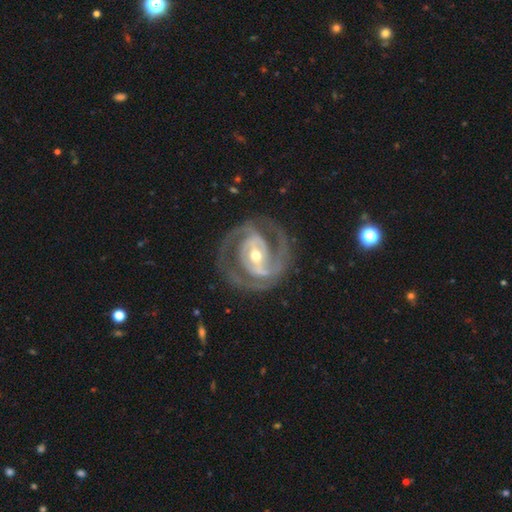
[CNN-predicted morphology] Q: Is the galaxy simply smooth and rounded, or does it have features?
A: featured or disk — 91%.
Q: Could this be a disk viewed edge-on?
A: no — 97%.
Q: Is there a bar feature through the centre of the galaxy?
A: strong — 45%.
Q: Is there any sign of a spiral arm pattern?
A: yes — 96%.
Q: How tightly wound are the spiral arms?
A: tight — 52%.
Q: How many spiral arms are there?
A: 2 — 78%.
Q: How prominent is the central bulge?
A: moderate — 54%.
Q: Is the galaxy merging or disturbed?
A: none — 77%.